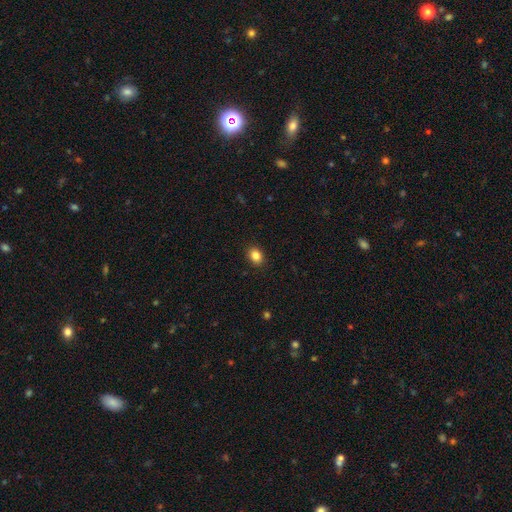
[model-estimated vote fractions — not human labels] Smooth or featured: smooth — 85% (star or artifact — 10%)
How rounded: in between — 54% (round — 45%)
Merging: none — 90% (minor disturbance — 7%)